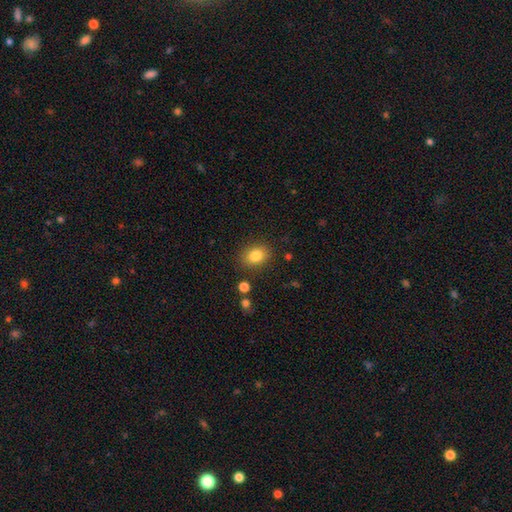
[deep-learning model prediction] Smooth or featured?
  - smooth: 83% *
  - star or artifact: 10%
  - featured or disk: 7%
How rounded?
  - in between: 61% *
  - round: 38%
  - cigar-shaped: 1%
Merging?
  - none: 84% *
  - minor disturbance: 10%
  - major disturbance: 3%
  - merger: 2%